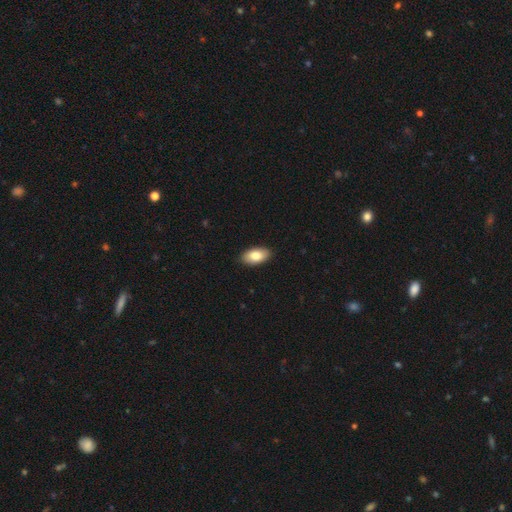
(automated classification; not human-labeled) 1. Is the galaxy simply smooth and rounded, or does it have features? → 82% smooth, 12% featured or disk, 6% star or artifact.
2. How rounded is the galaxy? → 94% in between, 3% round, 3% cigar-shaped.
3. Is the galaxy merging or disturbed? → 90% none, 7% minor disturbance, 2% major disturbance, 1% merger.